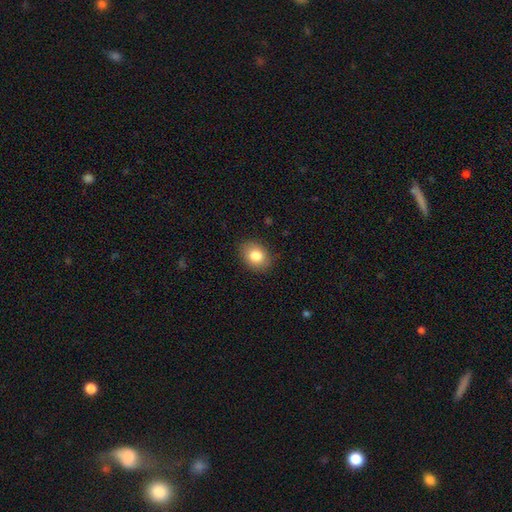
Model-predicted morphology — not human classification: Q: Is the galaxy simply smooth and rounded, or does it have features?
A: smooth — 83%.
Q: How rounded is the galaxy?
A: in between — 53%.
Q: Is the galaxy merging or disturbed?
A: none — 86%.